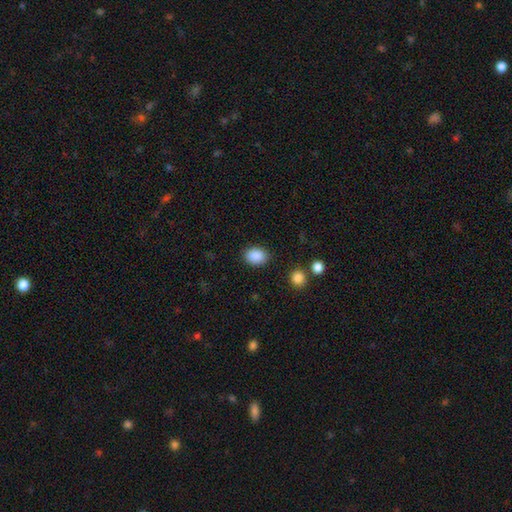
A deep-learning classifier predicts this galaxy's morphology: smooth 89%, star or artifact 8%, featured or disk 3%. Down the decision tree: how rounded — in between (65%); merging — none (86%).